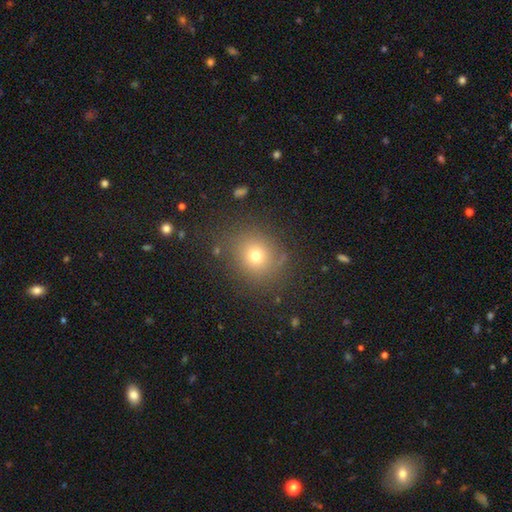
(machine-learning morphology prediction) Smooth or featured? smooth (70%)
How rounded? round (79%)
Merging? none (83%)